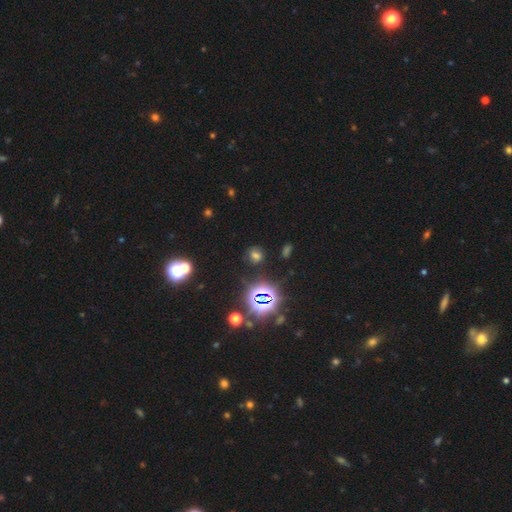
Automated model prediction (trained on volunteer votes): smooth_or_featured: smooth (p=0.50) [alt: star or artifact p=0.42]
how_rounded: round (p=0.65) [alt: in between p=0.33]
merging: none (p=0.79) [alt: minor disturbance p=0.12]